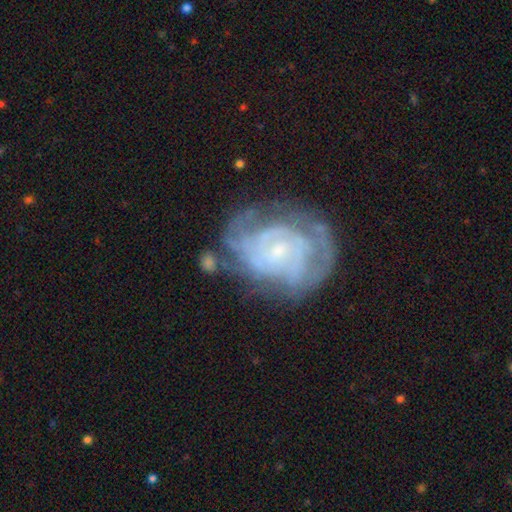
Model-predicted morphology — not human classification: A featured or disk galaxy (80%) with no bar (54%), tight (59%) spiral arms (86%) and a small central bulge (65%). Merging: none (55%).